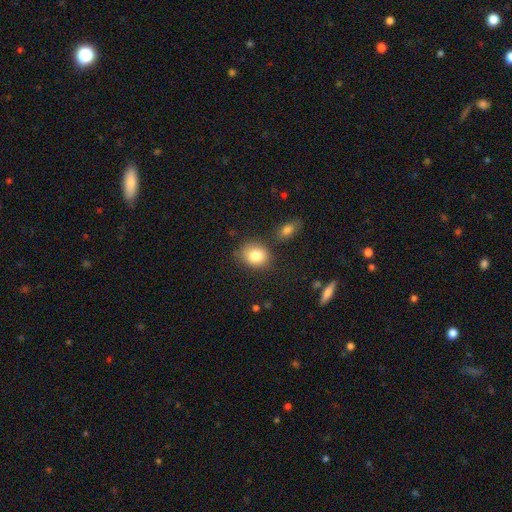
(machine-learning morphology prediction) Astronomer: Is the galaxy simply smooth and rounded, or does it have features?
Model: smooth — 83%.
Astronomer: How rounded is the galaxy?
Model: round — 57% (runner-up: in between, 42%).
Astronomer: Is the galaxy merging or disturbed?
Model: none — 73%.